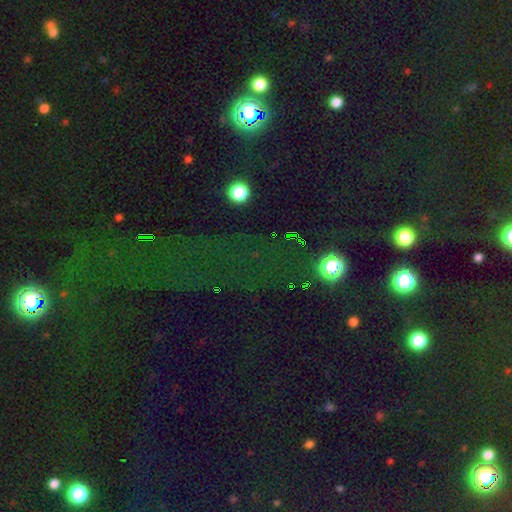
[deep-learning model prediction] Smooth or featured? star or artifact (72%)